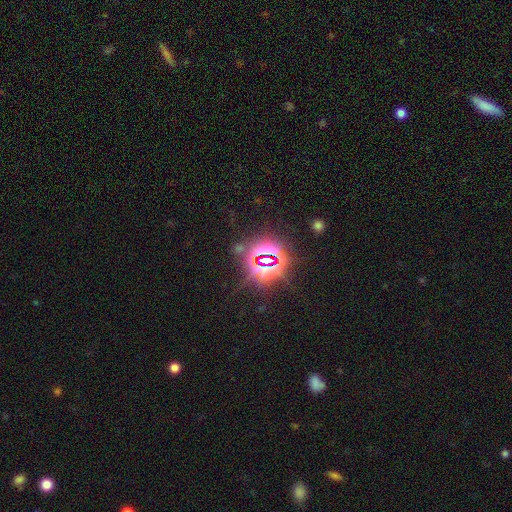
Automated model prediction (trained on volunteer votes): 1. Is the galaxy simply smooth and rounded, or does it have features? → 81% star or artifact, 12% smooth, 7% featured or disk.